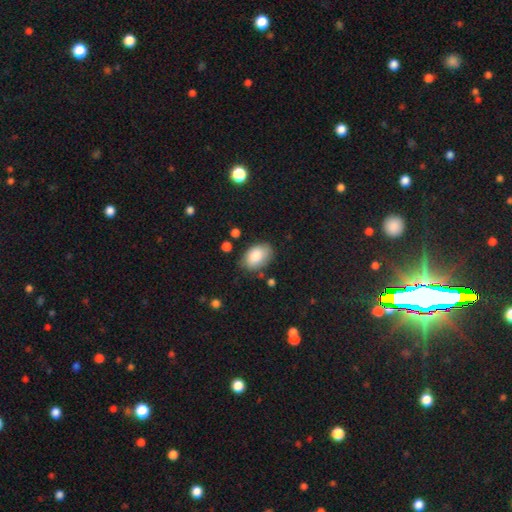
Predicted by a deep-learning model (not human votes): Smooth or featured?
  - smooth: 83% *
  - featured or disk: 10%
  - star or artifact: 7%
How rounded?
  - in between: 90% *
  - round: 9%
  - cigar-shaped: 1%
Merging?
  - none: 76% *
  - minor disturbance: 18%
  - major disturbance: 4%
  - merger: 3%